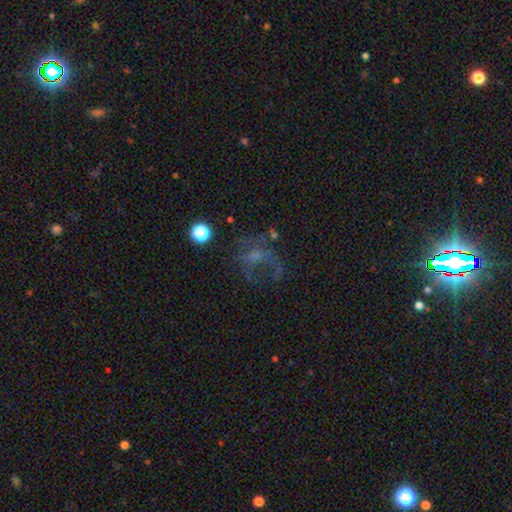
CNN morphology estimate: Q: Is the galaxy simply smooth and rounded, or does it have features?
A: featured or disk — 45%.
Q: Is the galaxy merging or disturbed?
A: none — 39%, tied with major disturbance.